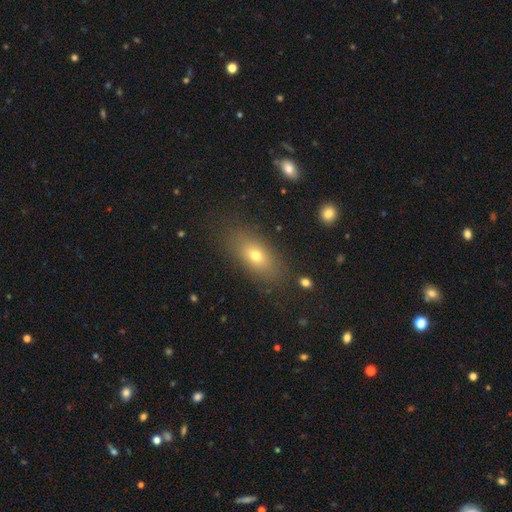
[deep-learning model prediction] The model was most divided on "smooth or featured": smooth: 68%, featured or disk: 18%, star or artifact: 13%. More confident: merging — none (84%); how rounded — in between (78%).